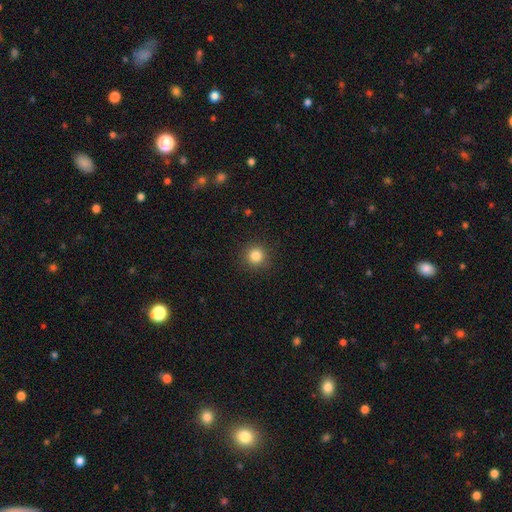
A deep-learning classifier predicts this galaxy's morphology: type=smooth (84%); roundness=round (94%); merging=none (91%).